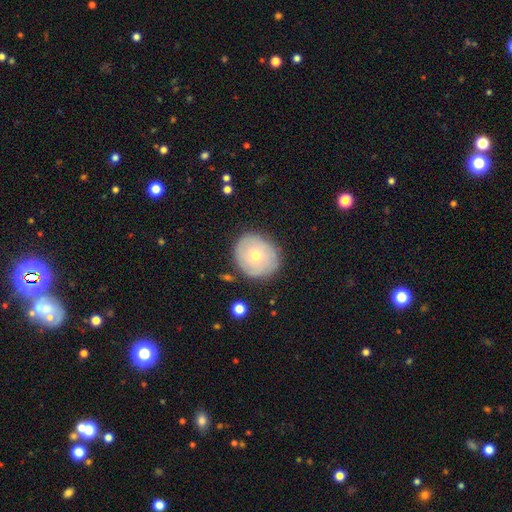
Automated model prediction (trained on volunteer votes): This appears to be a smooth galaxy with no disk features (52%) that is round (80%). Merging: none (82%).